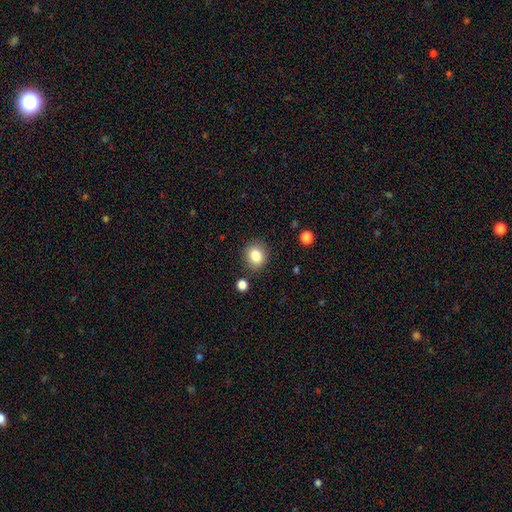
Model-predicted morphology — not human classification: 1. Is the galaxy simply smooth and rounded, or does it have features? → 85% smooth, 10% star or artifact, 6% featured or disk.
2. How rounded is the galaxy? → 71% round, 28% in between, 1% cigar-shaped.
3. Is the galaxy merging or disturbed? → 84% none, 10% minor disturbance, 3% merger, 3% major disturbance.